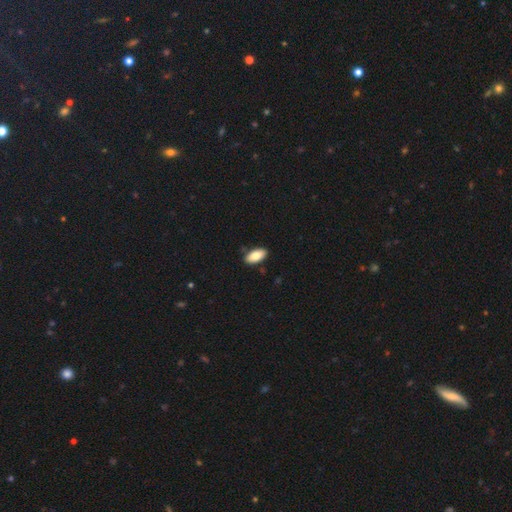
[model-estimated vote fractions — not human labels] smooth-or-featured: smooth: 82% | featured or disk: 11% | star or artifact: 7%
  how-rounded: in between: 92% | cigar-shaped: 5% | round: 3%
  merging: none: 86% | minor disturbance: 10% | major disturbance: 2% | merger: 2%